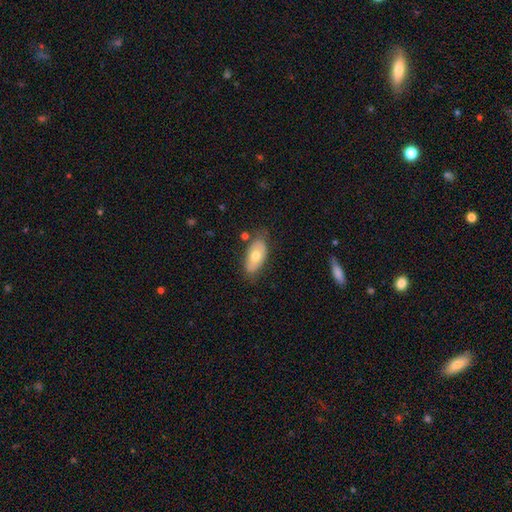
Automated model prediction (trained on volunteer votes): A smooth galaxy with no disk features (64%) that is in between round and cigar-shaped (92%). Merging: none (73%).